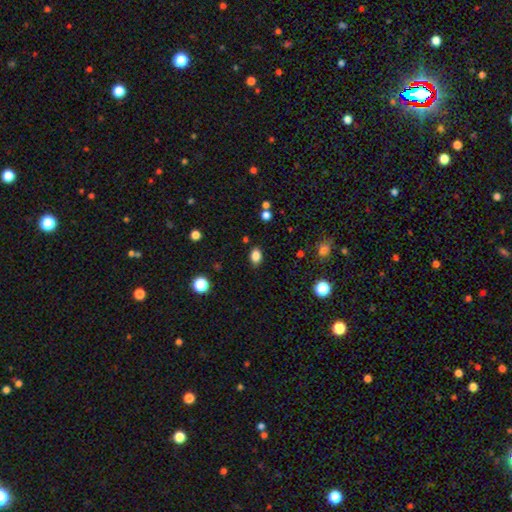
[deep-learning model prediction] smooth_or_featured: smooth (p=0.85) [alt: star or artifact p=0.11]
how_rounded: in between (p=0.79) [alt: round p=0.19]
merging: none (p=0.86) [alt: minor disturbance p=0.09]